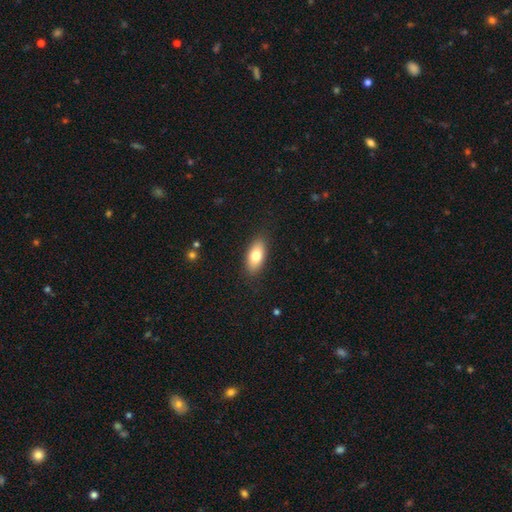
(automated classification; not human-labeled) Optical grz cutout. It shows a smooth galaxy with no disk features (78%) that is in between round and cigar-shaped (87%). Merging: none (87%).